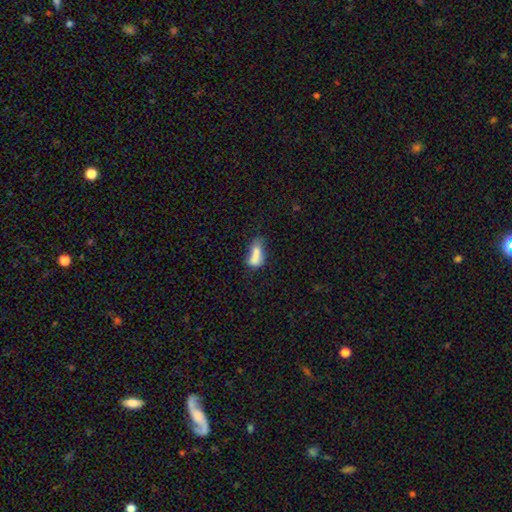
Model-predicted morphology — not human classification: A smooth galaxy with no disk features (74%) that is in between round and cigar-shaped (78%). Merging: none (30%).